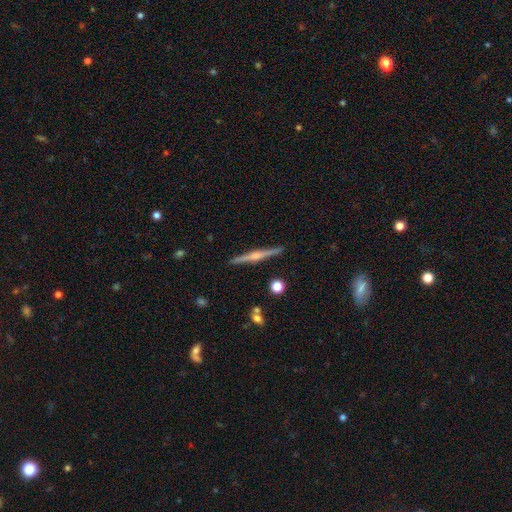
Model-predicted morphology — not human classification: A featured or disk galaxy (76%) viewed edge-on (98%) with a rounded central bulge (82%). Merging: none (91%).